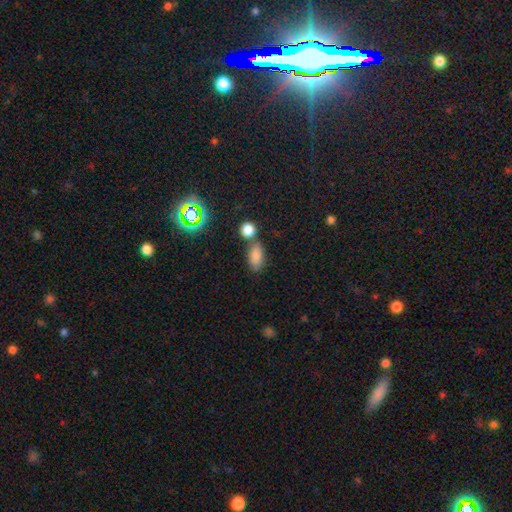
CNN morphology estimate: This appears to be a smooth galaxy with no disk features (81%) that is in between round and cigar-shaped (85%). Merging: none (58%).